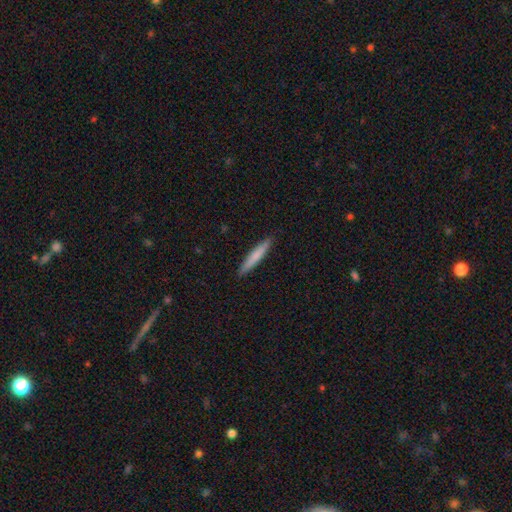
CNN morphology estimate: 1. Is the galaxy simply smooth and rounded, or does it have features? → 73% smooth, 22% featured or disk, 5% star or artifact.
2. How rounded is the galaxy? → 94% cigar-shaped, 4% in between, 1% round.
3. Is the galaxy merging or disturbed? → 91% none, 7% minor disturbance, 1% major disturbance, 1% merger.